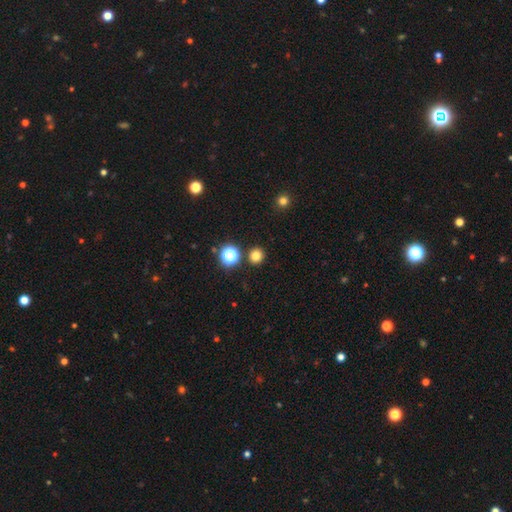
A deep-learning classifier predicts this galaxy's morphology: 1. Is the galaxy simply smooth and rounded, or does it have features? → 78% smooth, 17% star or artifact, 5% featured or disk.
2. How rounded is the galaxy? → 89% round, 10% in between, 1% cigar-shaped.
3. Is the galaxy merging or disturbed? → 88% none, 5% minor disturbance, 4% merger, 2% major disturbance.